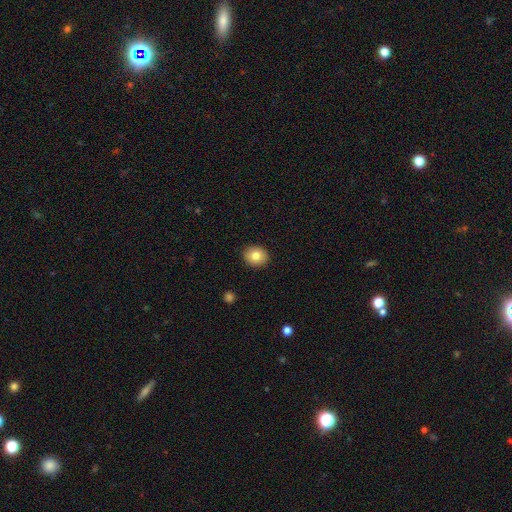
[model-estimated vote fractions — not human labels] Q: Smooth or featured?
A: smooth (80%); runner-up: featured or disk (11%)
Q: How rounded?
A: round (67%); runner-up: in between (32%)
Q: Merging?
A: none (91%); runner-up: minor disturbance (6%)